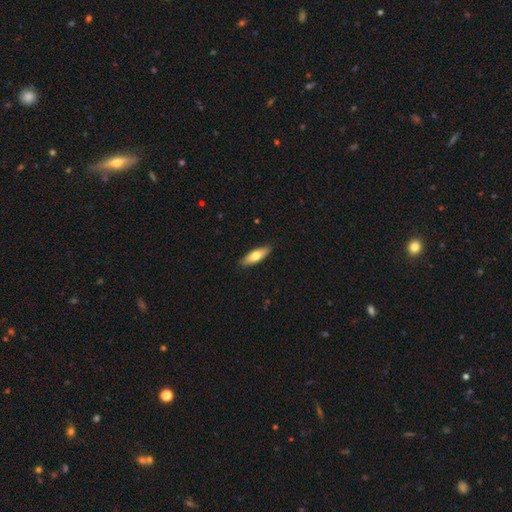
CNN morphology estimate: A smooth galaxy with no disk features (68%) that is in between round and cigar-shaped (60%).

Vote fractions:
- Smooth or featured? smooth: 68% / featured or disk: 26% / star or artifact: 6%
- How rounded? in between: 60% / cigar-shaped: 38% / round: 2%
- Merging? none: 89% / minor disturbance: 9% / major disturbance: 2% / merger: 1%